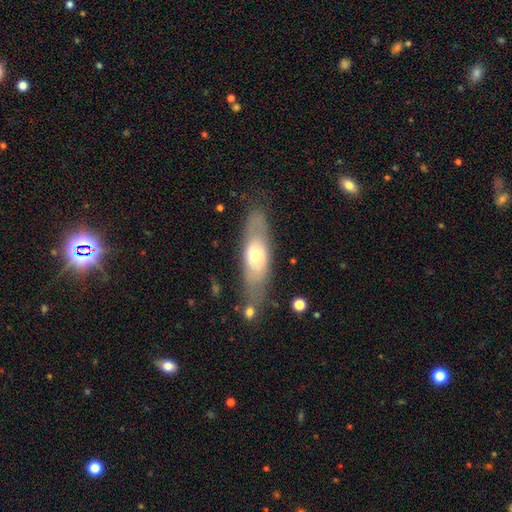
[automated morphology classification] smooth_or_featured: smooth (p=0.51) [alt: featured or disk p=0.42]
how_rounded: in between (p=0.52) [alt: cigar-shaped p=0.45]
merging: none (p=0.70) [alt: minor disturbance p=0.18]